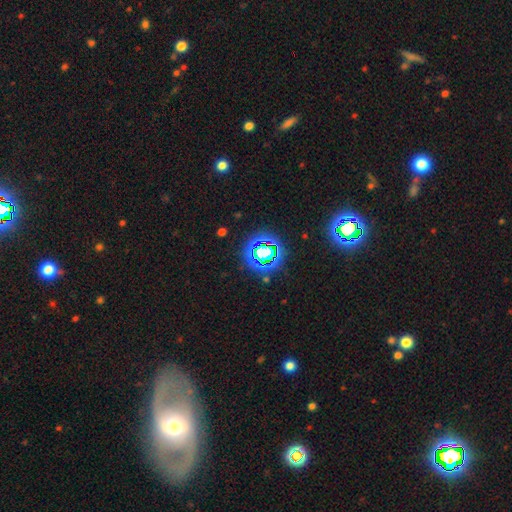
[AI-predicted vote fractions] The model was most divided on "smooth or featured": featured or disk: 36%, star or artifact: 34%, smooth: 29%. More confident: merging — none (78%).